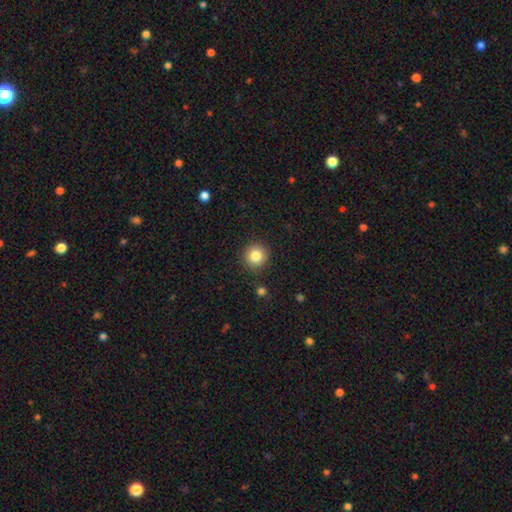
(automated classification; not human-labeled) This is clearly a smooth galaxy (83%). How rounded: clearly round (93%). Merging: clearly none (90%).